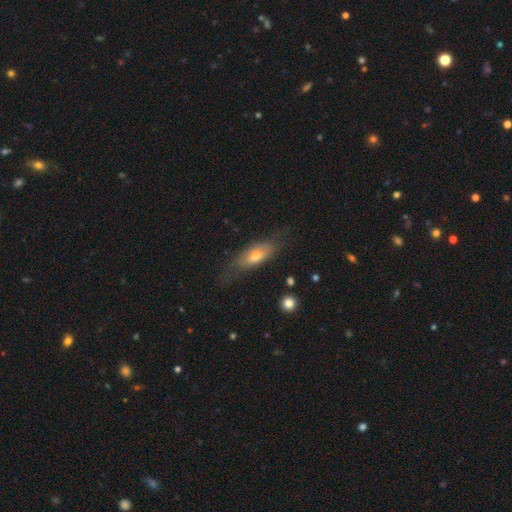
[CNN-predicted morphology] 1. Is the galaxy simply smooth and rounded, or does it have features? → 59% smooth, 34% featured or disk, 7% star or artifact.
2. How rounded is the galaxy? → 68% in between, 28% cigar-shaped, 4% round.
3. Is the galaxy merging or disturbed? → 62% none, 25% minor disturbance, 11% major disturbance, 2% merger.